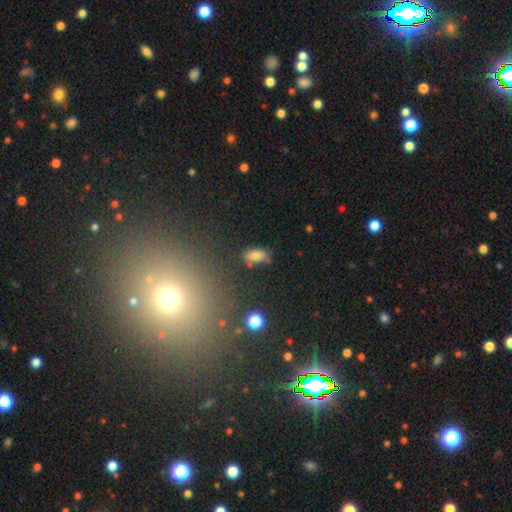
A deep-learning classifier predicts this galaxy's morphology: A smooth galaxy with no disk features (77%) that is in between round and cigar-shaped (87%). Merging: none (74%).